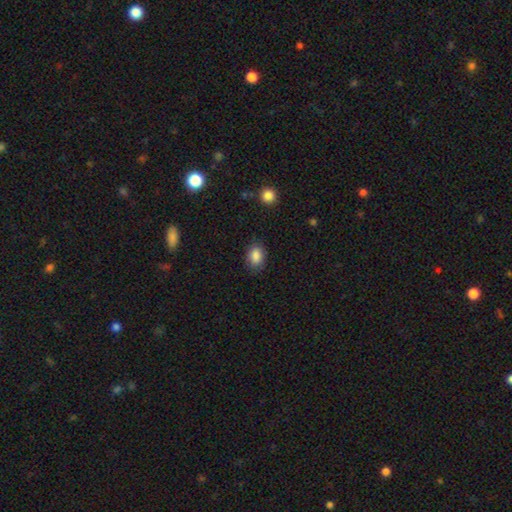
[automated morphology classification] Smooth or featured?
  - smooth: 87% *
  - star or artifact: 9%
  - featured or disk: 4%
How rounded?
  - in between: 76% *
  - round: 22%
  - cigar-shaped: 1%
Merging?
  - none: 83% *
  - minor disturbance: 12%
  - major disturbance: 3%
  - merger: 1%